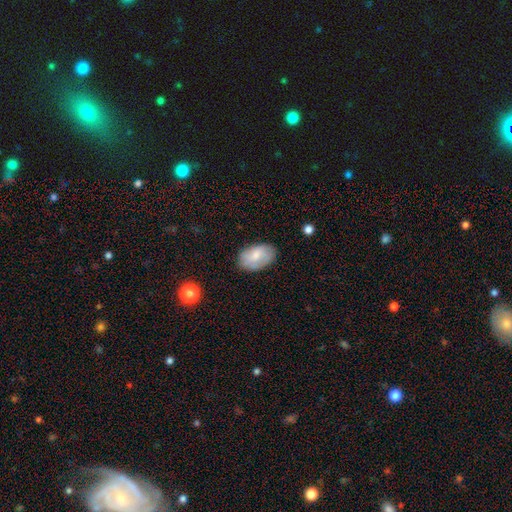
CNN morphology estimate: smooth 74%, featured or disk 19%, star or artifact 7%. Down the decision tree: how rounded — in between (91%); merging — none (77%).